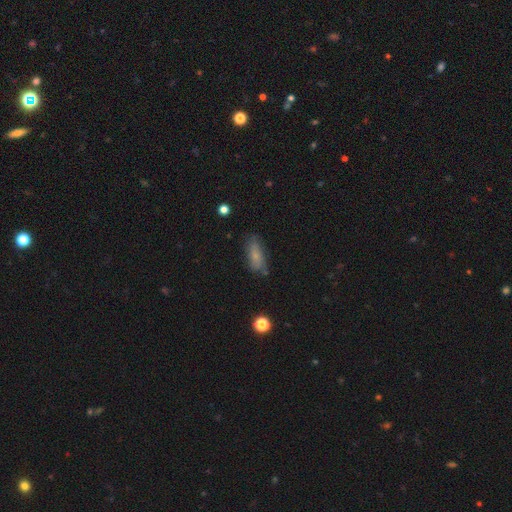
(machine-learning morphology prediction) Smooth or featured? smooth (70%)
How rounded? in between (70%)
Merging? none (67%)